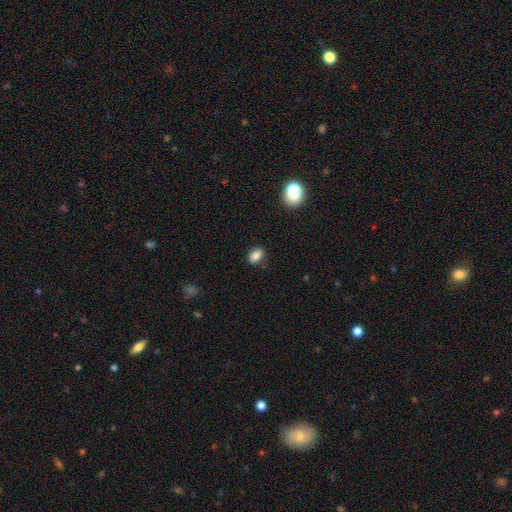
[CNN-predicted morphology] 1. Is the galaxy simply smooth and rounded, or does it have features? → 82% smooth, 10% star or artifact, 8% featured or disk.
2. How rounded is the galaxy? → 75% in between, 23% round, 2% cigar-shaped.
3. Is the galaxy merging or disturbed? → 81% none, 15% minor disturbance, 3% major disturbance, 2% merger.